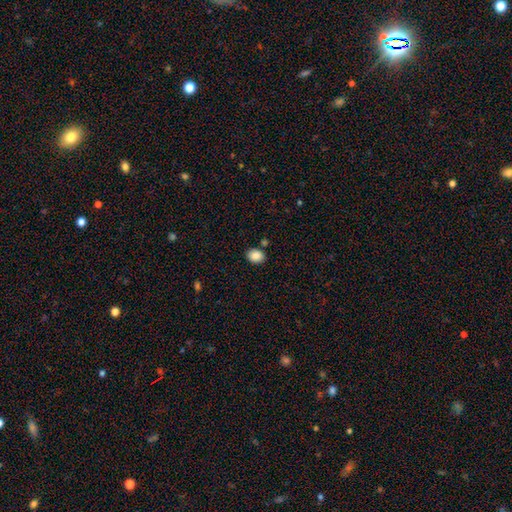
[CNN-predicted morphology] This appears to be a smooth galaxy with no disk features (87%) that is in between round and cigar-shaped (55%). Merging: none (82%).